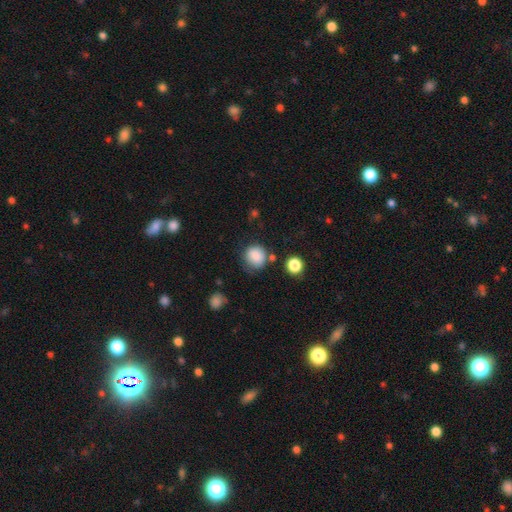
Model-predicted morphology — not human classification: smooth-or-featured: smooth: 84% | star or artifact: 10% | featured or disk: 6%
  how-rounded: round: 81% | in between: 19% | cigar-shaped: 1%
  merging: none: 67% | minor disturbance: 20% | major disturbance: 7% | merger: 6%